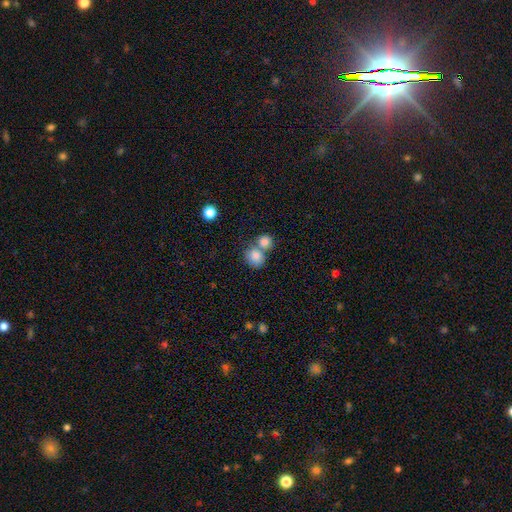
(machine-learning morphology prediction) A smooth galaxy with no disk features (84%) that is round (73%). Merging: merger (50%).